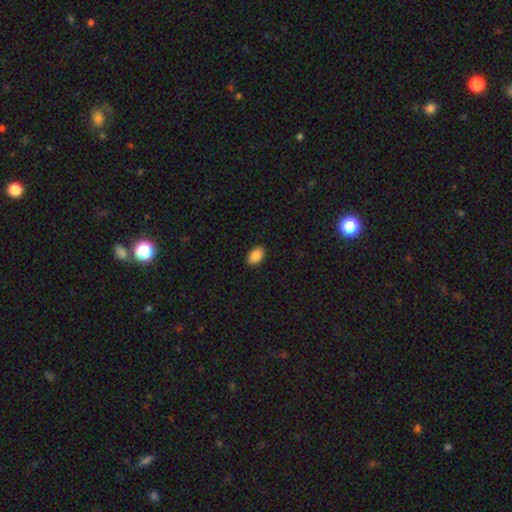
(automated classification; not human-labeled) Q: Smooth or featured?
A: smooth (89%); runner-up: star or artifact (7%)
Q: How rounded?
A: in between (92%); runner-up: round (7%)
Q: Merging?
A: none (90%); runner-up: minor disturbance (7%)